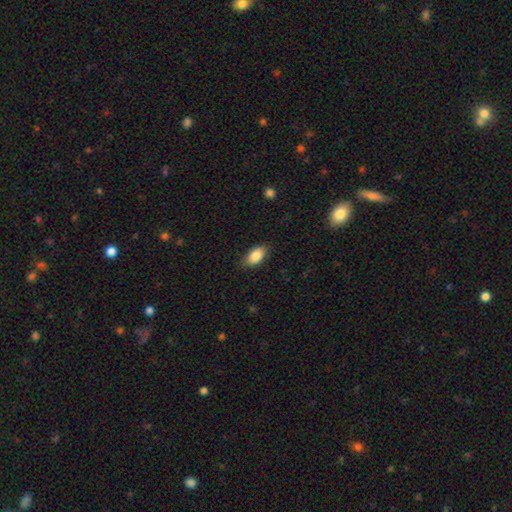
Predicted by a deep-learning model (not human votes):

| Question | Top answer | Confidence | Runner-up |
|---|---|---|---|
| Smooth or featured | smooth | 86% | star or artifact (7%) |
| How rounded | in between | 91% | round (5%) |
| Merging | none | 84% | minor disturbance (13%) |